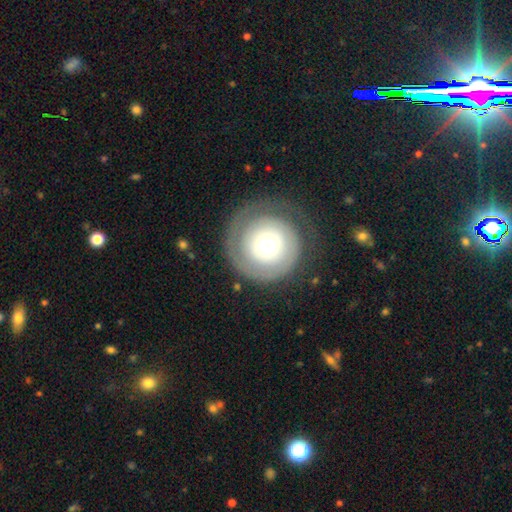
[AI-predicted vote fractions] Q: Smooth or featured?
A: featured or disk (61%); runner-up: smooth (34%)
Q: Edge-on disk?
A: no (97%); runner-up: yes (3%)
Q: Bar?
A: no (88%); runner-up: weak (10%)
Q: Spiral arms?
A: yes (66%); runner-up: no (34%)
Q: Bulge size?
A: moderate (59%); runner-up: small (20%)
Q: Merging?
A: none (73%); runner-up: minor disturbance (14%)